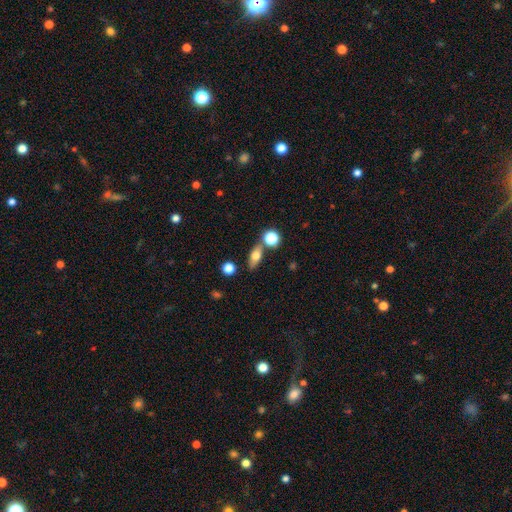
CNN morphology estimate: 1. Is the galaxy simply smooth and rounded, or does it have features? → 62% smooth, 27% featured or disk, 10% star or artifact.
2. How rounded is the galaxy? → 66% in between, 21% cigar-shaped, 13% round.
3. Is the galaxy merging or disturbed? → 72% none, 13% merger, 12% minor disturbance, 4% major disturbance.